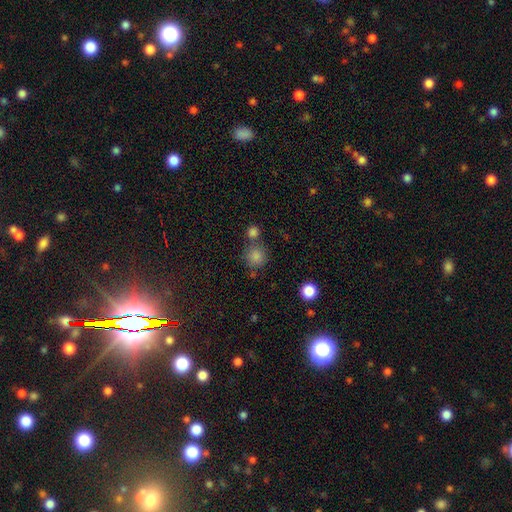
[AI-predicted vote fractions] The model was most divided on "merging": none: 65%, merger: 20%, minor disturbance: 11%, major disturbance: 4%. More confident: how rounded — round (90%); smooth or featured — smooth (83%).